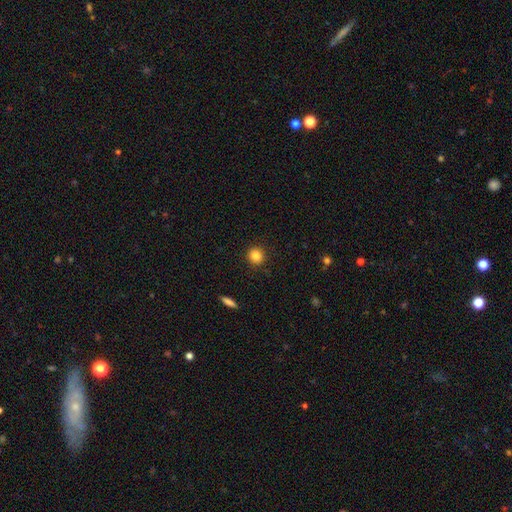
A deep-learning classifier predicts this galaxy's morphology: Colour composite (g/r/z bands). It shows a smooth galaxy with no disk features (85%) that is round (91%). Merging: none (91%).